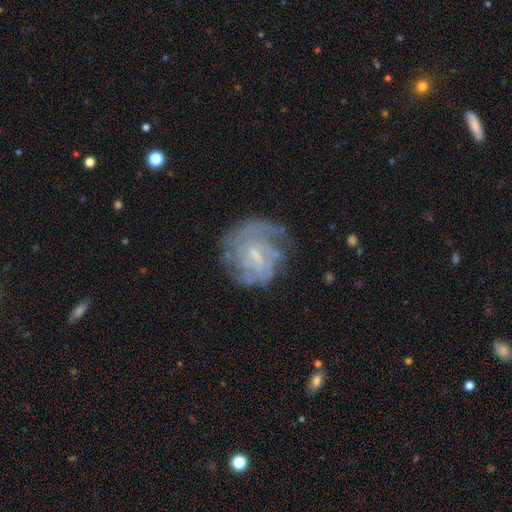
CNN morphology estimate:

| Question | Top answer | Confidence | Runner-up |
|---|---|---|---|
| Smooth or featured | featured or disk | 75% | smooth (16%) |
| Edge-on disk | no | 98% | yes (2%) |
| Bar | weak | 56% | no (33%) |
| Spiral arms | yes | 84% | no (16%) |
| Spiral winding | tight | 58% | medium (30%) |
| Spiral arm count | can't tell | 50% | 2 (18%) |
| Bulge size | small | 53% | moderate (23%) |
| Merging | none | 65% | minor disturbance (19%) |